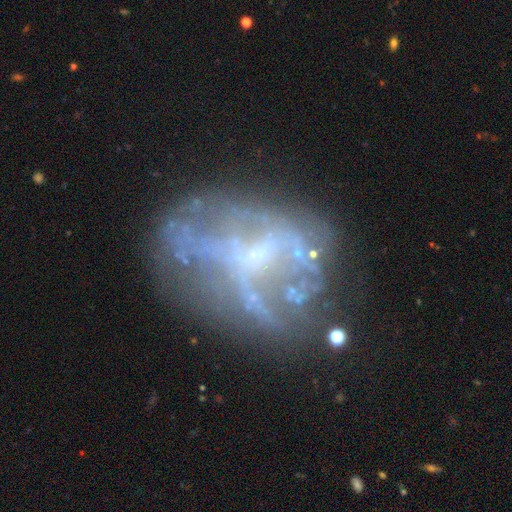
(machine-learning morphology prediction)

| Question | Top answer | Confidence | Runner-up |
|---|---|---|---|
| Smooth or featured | featured or disk | 69% | smooth (17%) |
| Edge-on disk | no | 97% | yes (3%) |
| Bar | no | 61% | weak (30%) |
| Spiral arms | no | 65% | yes (35%) |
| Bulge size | small | 44% | none (38%) |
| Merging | none | 42% | major disturbance (31%) |